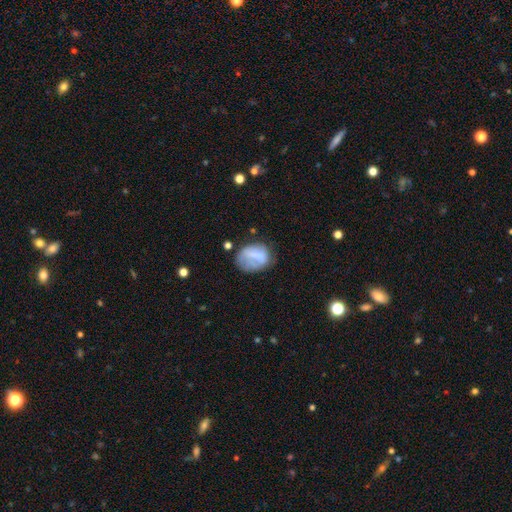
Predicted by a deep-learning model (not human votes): smooth_or_featured: smooth (p=0.64) [alt: featured or disk p=0.27]
how_rounded: in between (p=0.67) [alt: round p=0.32]
merging: none (p=0.41) [alt: minor disturbance p=0.30]